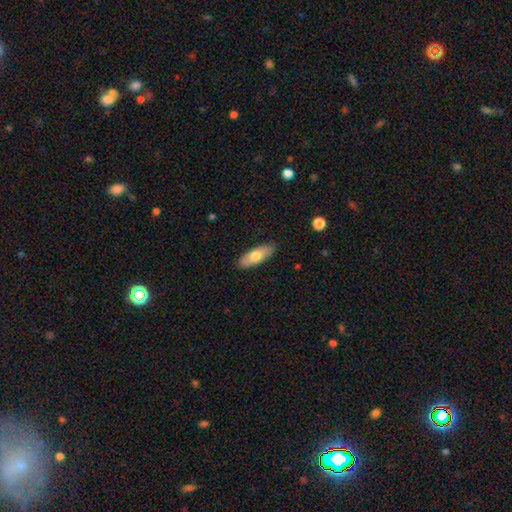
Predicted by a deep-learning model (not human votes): A smooth galaxy with no disk features (72%) that is in between round and cigar-shaped (72%). Merging: none (88%).